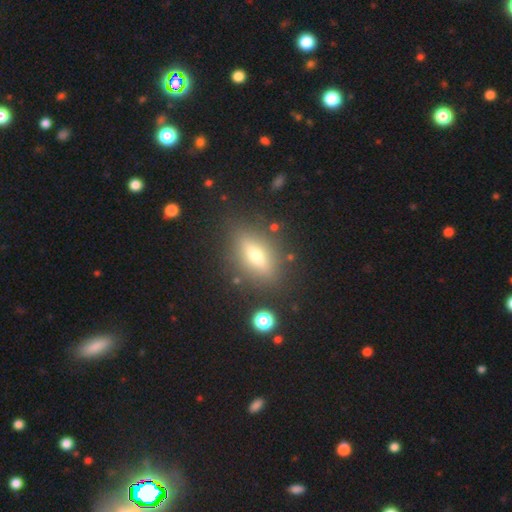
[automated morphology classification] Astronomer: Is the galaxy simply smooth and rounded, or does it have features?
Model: featured or disk — 52% (runner-up: smooth, 37%).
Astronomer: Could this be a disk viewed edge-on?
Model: yes — 82%.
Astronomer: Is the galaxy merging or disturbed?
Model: none — 84%.